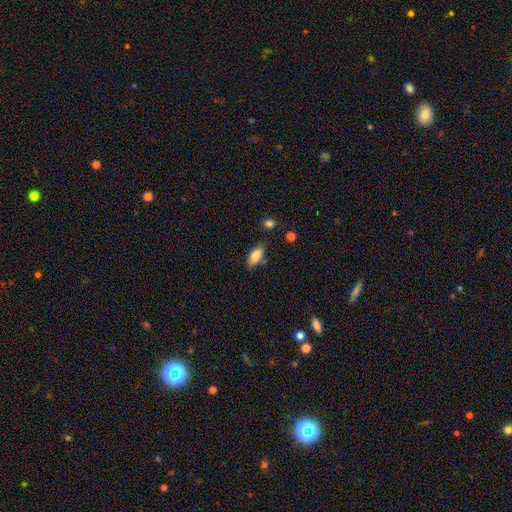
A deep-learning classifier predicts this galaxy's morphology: smooth_or_featured: smooth (p=0.84) [alt: featured or disk p=0.09]
how_rounded: in between (p=0.87) [alt: cigar-shaped p=0.10]
merging: none (p=0.78) [alt: minor disturbance p=0.15]